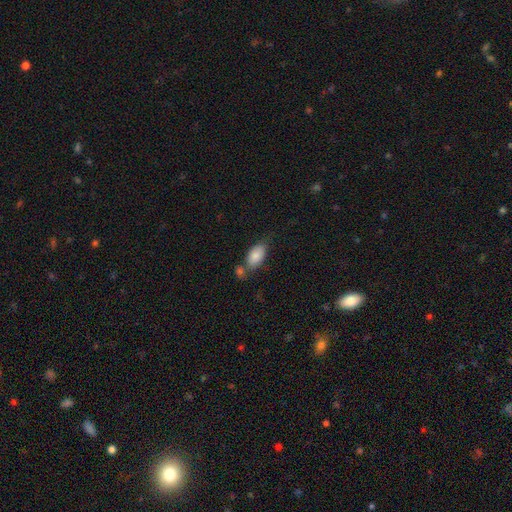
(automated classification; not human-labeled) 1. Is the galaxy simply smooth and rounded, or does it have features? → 85% smooth, 9% featured or disk, 7% star or artifact.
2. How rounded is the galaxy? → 92% in between, 4% round, 3% cigar-shaped.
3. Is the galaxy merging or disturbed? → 49% none, 26% merger, 19% minor disturbance, 6% major disturbance.